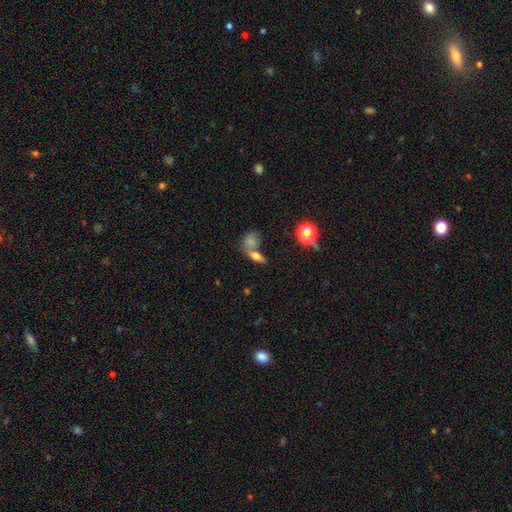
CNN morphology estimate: Smooth or featured?
  - smooth: 63% *
  - featured or disk: 23%
  - star or artifact: 14%
How rounded?
  - in between: 62% *
  - round: 19%
  - cigar-shaped: 19%
Merging?
  - merger: 44% *
  - none: 41%
  - minor disturbance: 10%
  - major disturbance: 6%